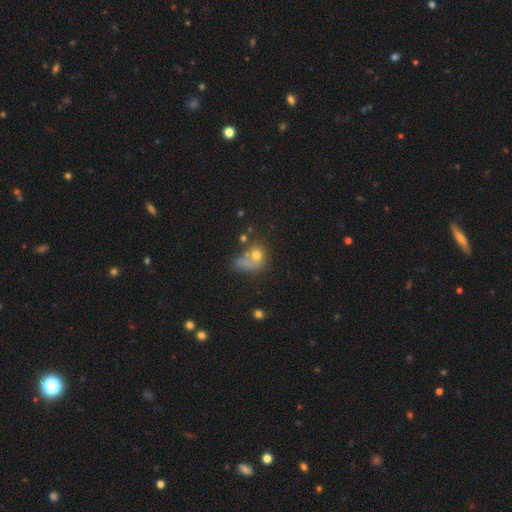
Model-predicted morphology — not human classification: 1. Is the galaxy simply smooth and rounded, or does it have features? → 66% smooth, 20% featured or disk, 14% star or artifact.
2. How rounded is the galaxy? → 58% round, 40% in between, 2% cigar-shaped.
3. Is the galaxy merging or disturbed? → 28% major disturbance, 27% none, 27% merger, 17% minor disturbance.